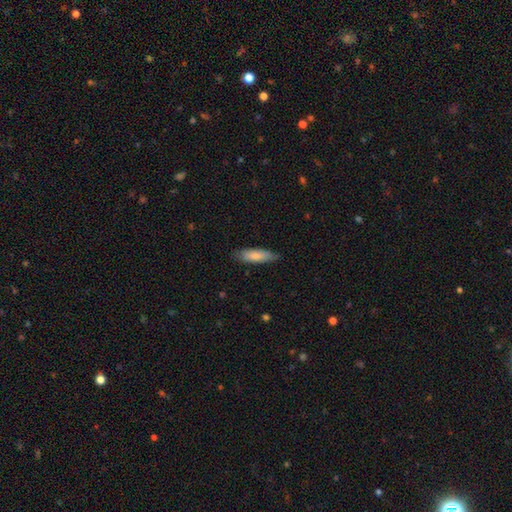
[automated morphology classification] A smooth galaxy with no disk features (77%) that is cigar-shaped (55%).

Vote fractions:
- Smooth or featured? smooth: 77% / featured or disk: 17% / star or artifact: 5%
- How rounded? cigar-shaped: 55% / in between: 44% / round: 2%
- Merging? none: 80% / minor disturbance: 16% / major disturbance: 3% / merger: 1%